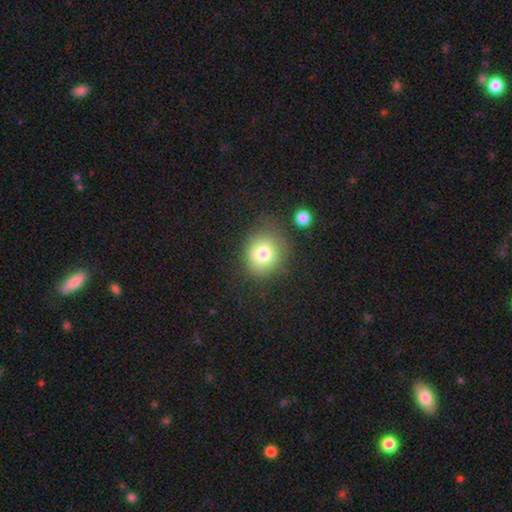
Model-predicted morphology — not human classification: Smooth or featured: smooth — 77% (star or artifact — 12%)
How rounded: round — 76% (in between — 23%)
Merging: none — 73% (minor disturbance — 17%)